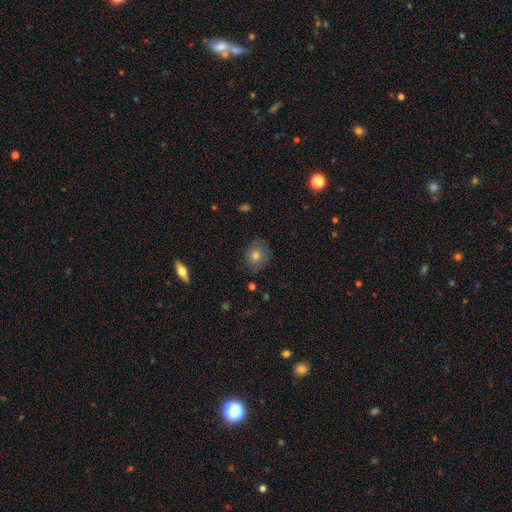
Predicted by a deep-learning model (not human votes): Smooth or featured? smooth (67%)
How rounded? round (73%)
Merging? none (79%)